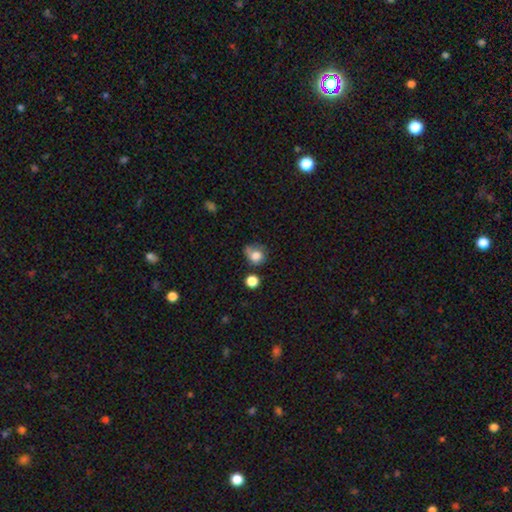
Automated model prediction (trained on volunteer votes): smooth 77%, featured or disk 12%, star or artifact 11%. Down the decision tree: how rounded — round (72%); merging — none (46%).